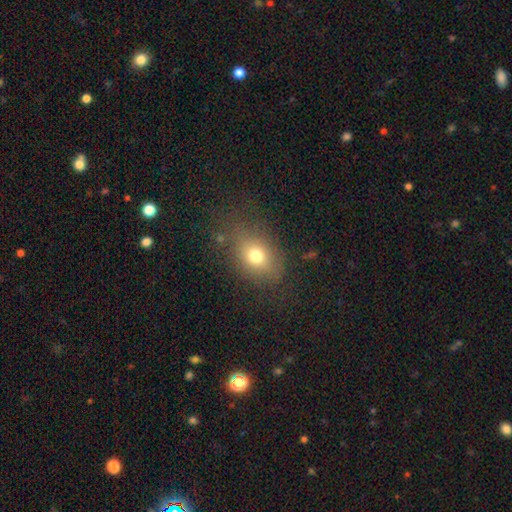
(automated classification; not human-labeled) smooth_or_featured: smooth (p=0.72) [alt: featured or disk p=0.14]
how_rounded: in between (p=0.63) [alt: round p=0.35]
merging: none (p=0.69) [alt: minor disturbance p=0.17]